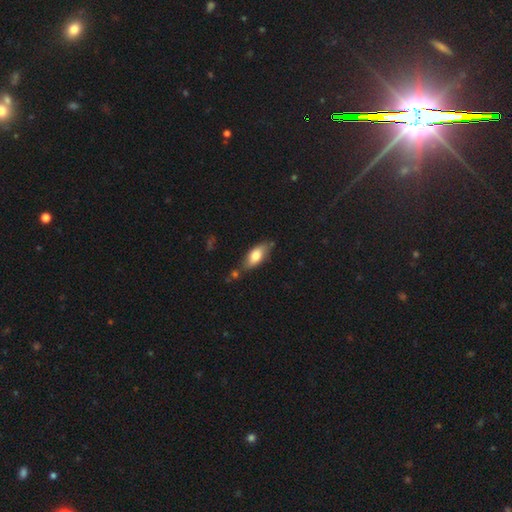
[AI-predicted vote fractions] Smooth or featured? Predicted: smooth (p=0.70). How rounded? Predicted: in between (p=0.80). Merging? Predicted: none (p=0.66).